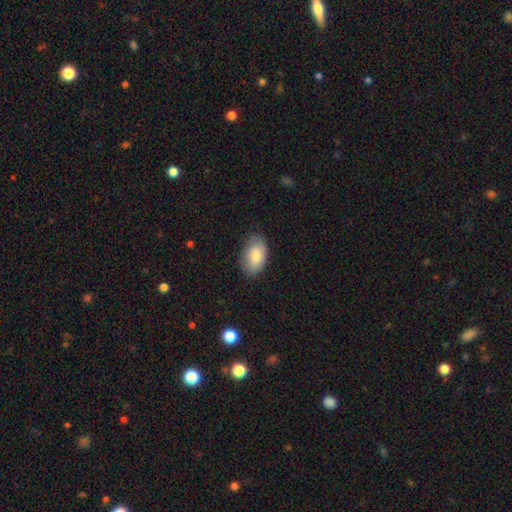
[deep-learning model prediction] Morphology: type=smooth (86%); roundness=in between (93%); merging=none (81%).